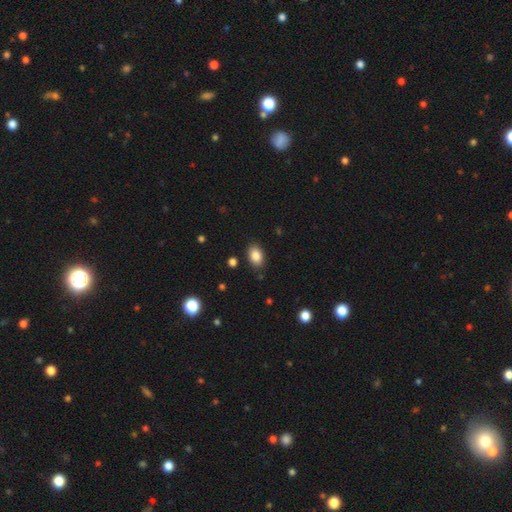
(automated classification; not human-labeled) smooth_or_featured: smooth (p=0.86) [alt: star or artifact p=0.09]
how_rounded: in between (p=0.83) [alt: round p=0.16]
merging: none (p=0.86) [alt: minor disturbance p=0.10]